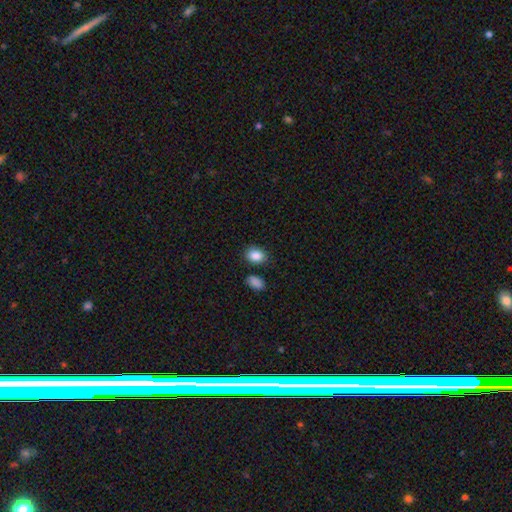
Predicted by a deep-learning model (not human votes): Smooth or featured? Predicted: smooth (p=0.88). How rounded? Predicted: in between (p=0.72). Merging? Predicted: none (p=0.79).